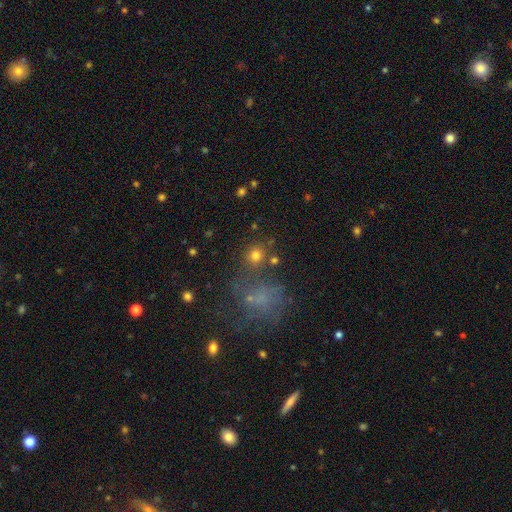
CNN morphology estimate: A smooth galaxy with no disk features (74%) that is round (87%).

Vote fractions:
- Smooth or featured? smooth: 74% / star or artifact: 18% / featured or disk: 8%
- How rounded? round: 87% / in between: 11% / cigar-shaped: 1%
- Merging? none: 73% / merger: 12% / minor disturbance: 9% / major disturbance: 6%